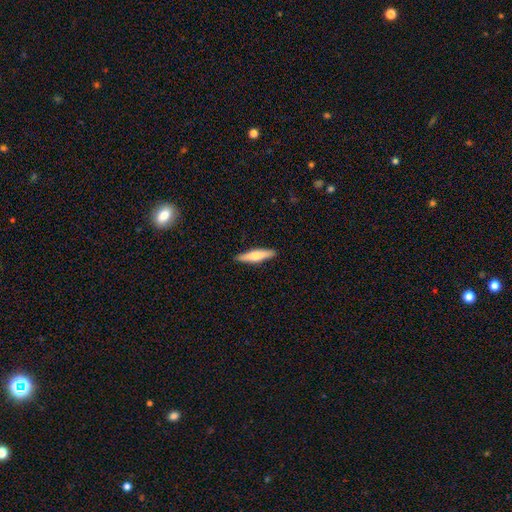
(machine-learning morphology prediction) type=smooth (64%); roundness=cigar-shaped (81%); merging=none (90%).